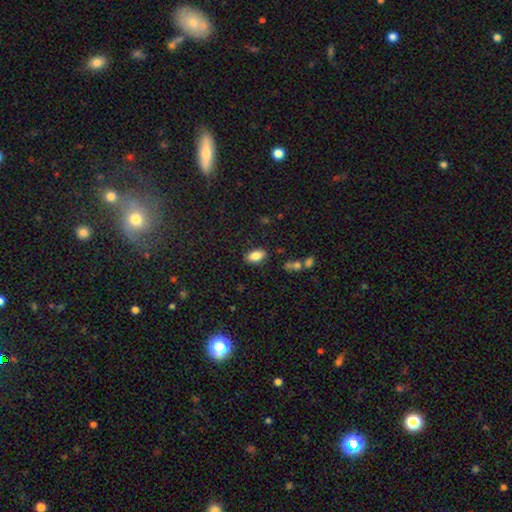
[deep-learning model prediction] The model was most divided on "smooth or featured": smooth: 83%, featured or disk: 9%, star or artifact: 8%. More confident: how rounded — in between (91%); merging — none (86%).